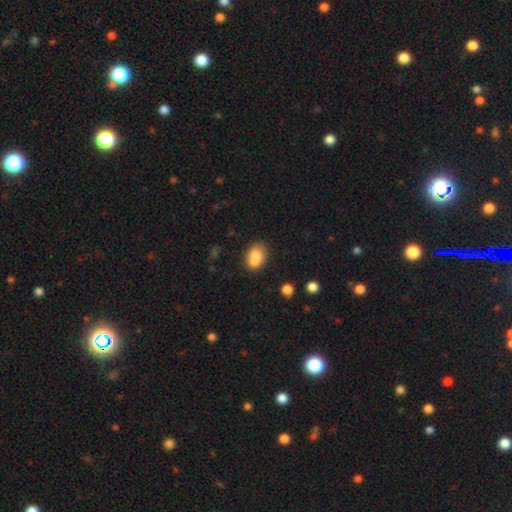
Smooth or featured: smooth — 87% (featured or disk — 8%)
How rounded: in between — 59% (round — 41%)
Merging: none — 49% (merger — 41%)